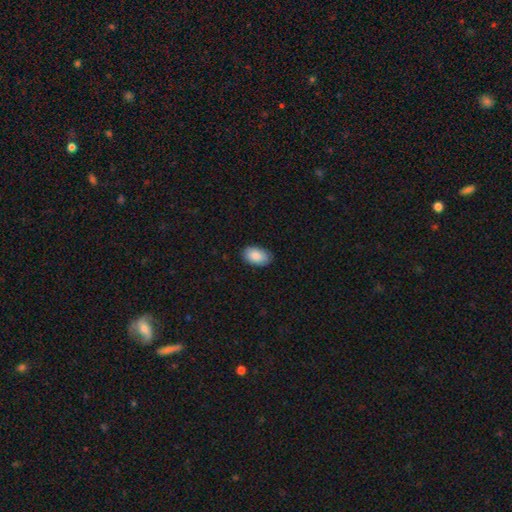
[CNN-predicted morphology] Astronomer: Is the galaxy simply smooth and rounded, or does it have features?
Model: smooth — 87%.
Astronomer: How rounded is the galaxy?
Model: in between — 94%.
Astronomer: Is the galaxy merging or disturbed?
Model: none — 85%.